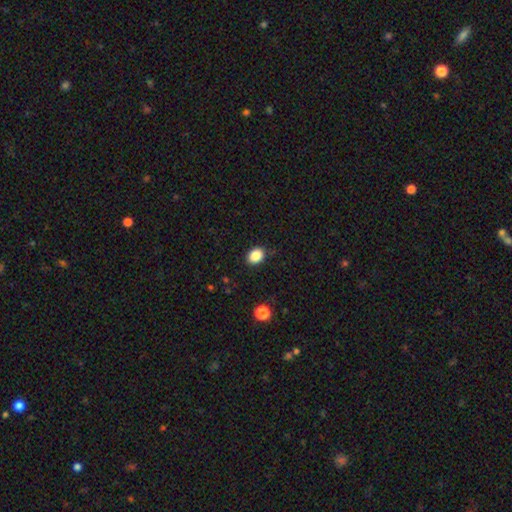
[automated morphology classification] Smooth or featured?
  - smooth: 87% *
  - star or artifact: 9%
  - featured or disk: 4%
How rounded?
  - in between: 65% *
  - round: 34%
  - cigar-shaped: 1%
Merging?
  - none: 87% *
  - minor disturbance: 10%
  - major disturbance: 2%
  - merger: 1%